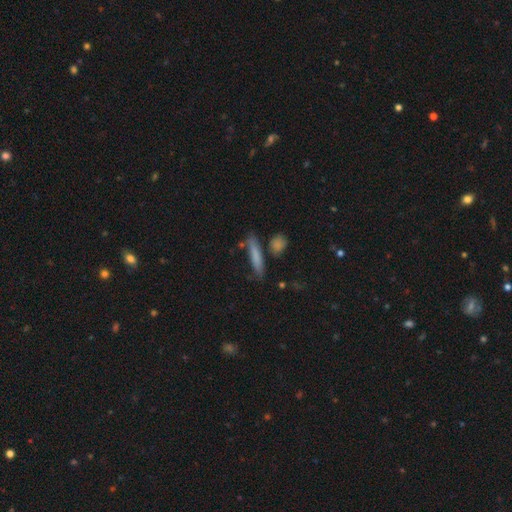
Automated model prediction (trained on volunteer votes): Morphology: type=smooth (75%); roundness=cigar-shaped (88%); merging=none (78%).